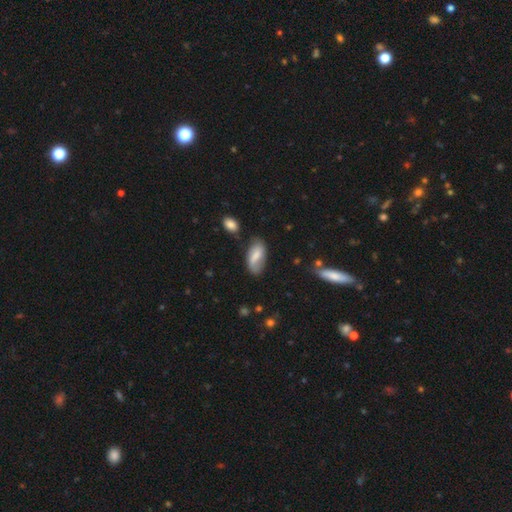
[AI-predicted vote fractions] Smooth or featured?
  - smooth: 65% *
  - featured or disk: 28%
  - star or artifact: 7%
How rounded?
  - in between: 91% *
  - cigar-shaped: 7%
  - round: 3%
Merging?
  - none: 63% *
  - minor disturbance: 25%
  - major disturbance: 7%
  - merger: 5%